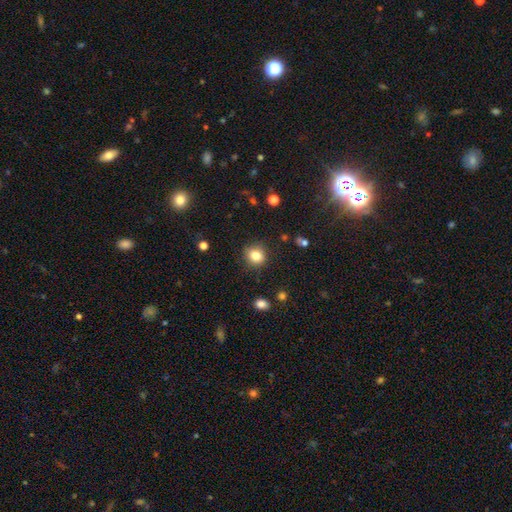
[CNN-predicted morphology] type=smooth (82%); roundness=round (82%); merging=none (85%).